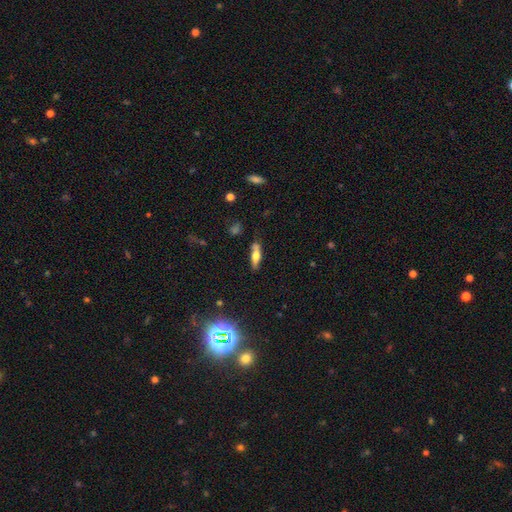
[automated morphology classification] A smooth galaxy with no disk features (54%) that is cigar-shaped (55%). Merging: none (69%).